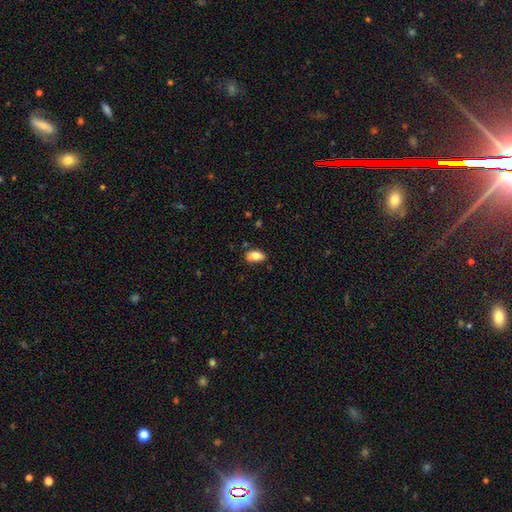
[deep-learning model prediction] The model was most divided on "merging": none: 77%, minor disturbance: 18%, major disturbance: 3%, merger: 2%. More confident: how rounded — in between (92%); smooth or featured — smooth (81%).